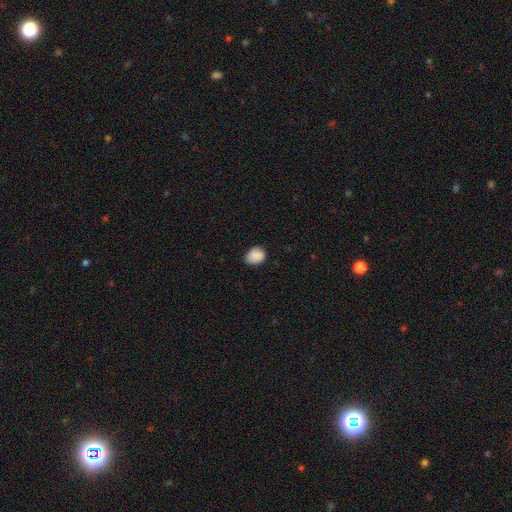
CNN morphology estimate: A smooth galaxy with no disk features (88%) that is in between round and cigar-shaped (56%). Merging: none (77%).